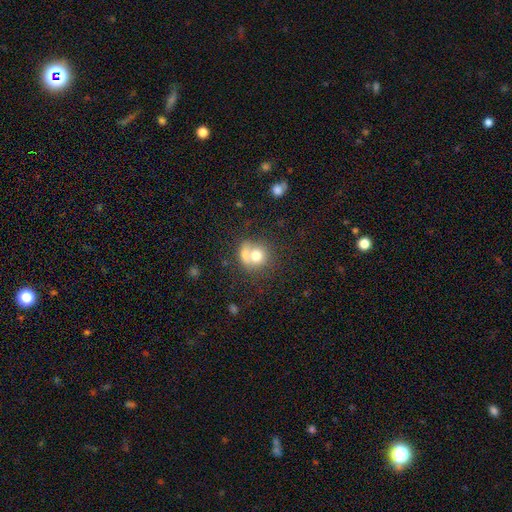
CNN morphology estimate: A smooth galaxy with no disk features (70%) that is round (80%).

Vote fractions:
- Smooth or featured? smooth: 70% / featured or disk: 21% / star or artifact: 9%
- How rounded? round: 80% / in between: 19% / cigar-shaped: 1%
- Merging? merger: 48% / none: 33% / minor disturbance: 11% / major disturbance: 8%